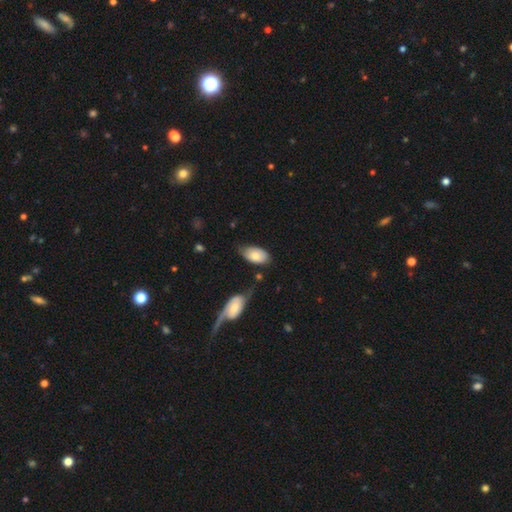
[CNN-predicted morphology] Q: Smooth or featured?
A: smooth (77%); runner-up: featured or disk (18%)
Q: How rounded?
A: in between (94%); runner-up: round (5%)
Q: Merging?
A: none (51%); runner-up: minor disturbance (31%)